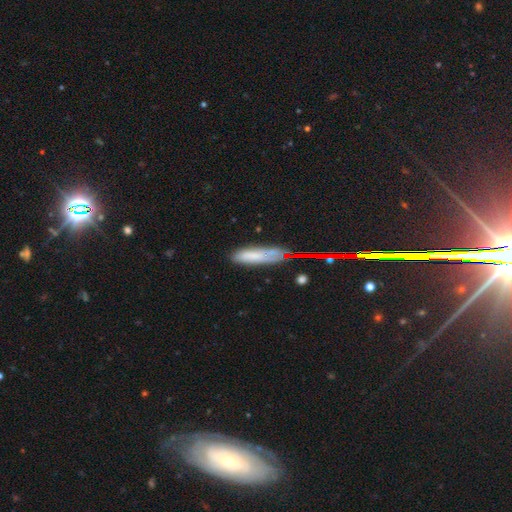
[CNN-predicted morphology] smooth 67%, featured or disk 21%, star or artifact 12%. Down the decision tree: how rounded — cigar-shaped (69%); merging — none (61%).